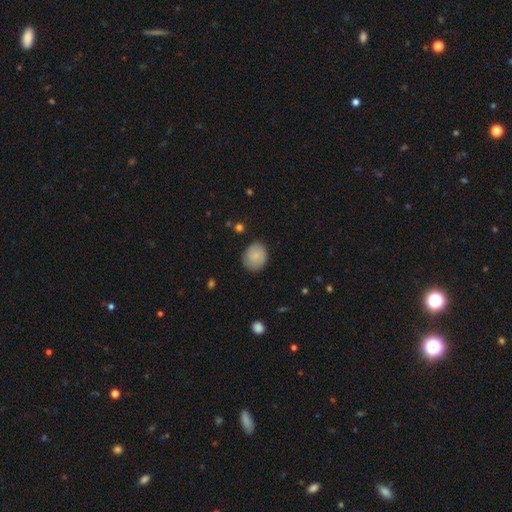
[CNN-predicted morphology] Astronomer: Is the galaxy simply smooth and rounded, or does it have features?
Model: smooth — 76%.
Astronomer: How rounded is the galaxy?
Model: round — 71%.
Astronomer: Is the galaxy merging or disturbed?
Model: none — 80%.